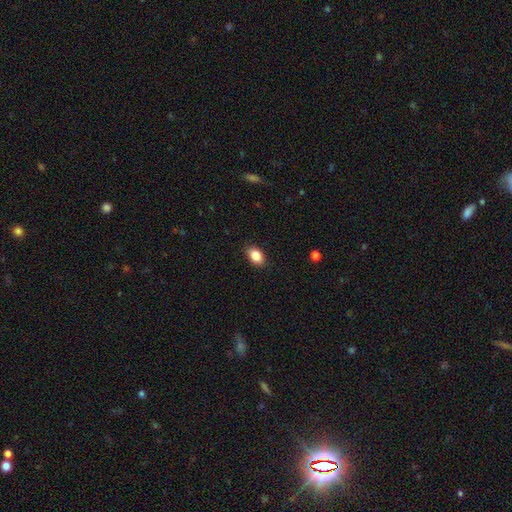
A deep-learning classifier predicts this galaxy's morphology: smooth 87%, star or artifact 8%, featured or disk 5%. Down the decision tree: how rounded — in between (85%); merging — none (88%).